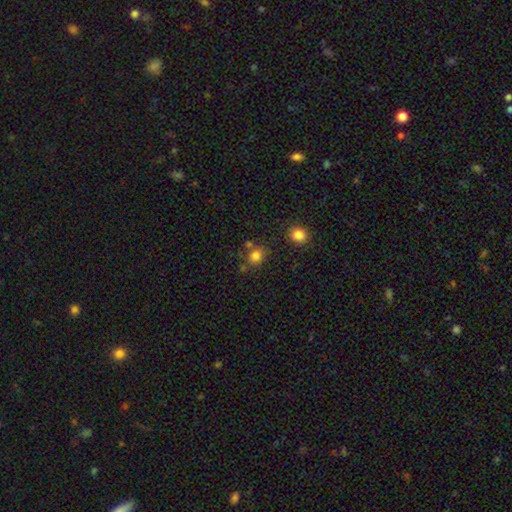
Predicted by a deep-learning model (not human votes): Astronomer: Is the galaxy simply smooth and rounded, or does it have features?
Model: smooth — 80%.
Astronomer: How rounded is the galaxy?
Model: round — 68%.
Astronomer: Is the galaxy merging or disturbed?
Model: none — 68%.